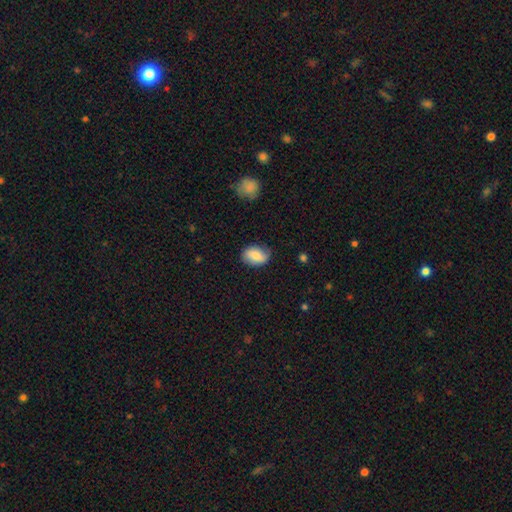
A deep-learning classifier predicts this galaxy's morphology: smooth 73%, featured or disk 20%, star or artifact 8%. Down the decision tree: how rounded — in between (80%); merging — none (76%).